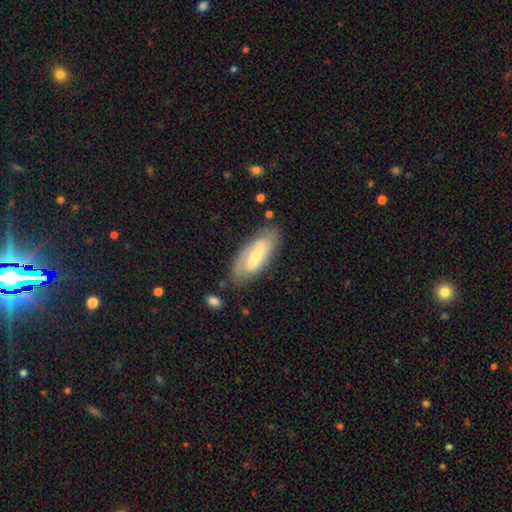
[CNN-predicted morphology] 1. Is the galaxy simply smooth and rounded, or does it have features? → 63% featured or disk, 32% smooth, 6% star or artifact.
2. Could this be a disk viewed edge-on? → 85% no, 15% yes.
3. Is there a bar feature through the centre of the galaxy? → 50% strong, 36% weak, 14% no.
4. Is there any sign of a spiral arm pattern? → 73% yes, 27% no.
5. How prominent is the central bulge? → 47% moderate, 40% small, 7% large, 4% none, 1% dominant.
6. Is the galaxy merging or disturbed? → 80% none, 14% minor disturbance, 4% major disturbance, 2% merger.